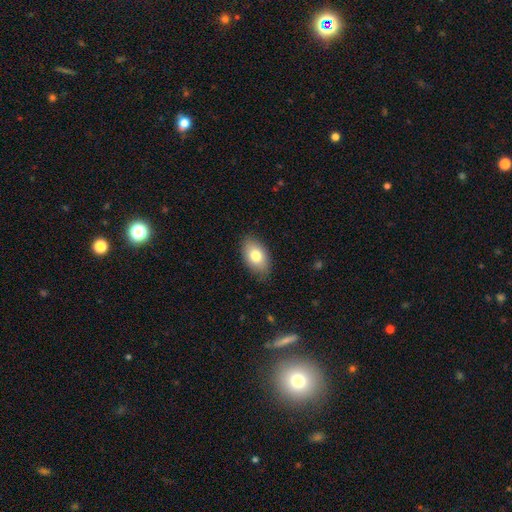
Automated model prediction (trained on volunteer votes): smooth 79%, featured or disk 14%, star or artifact 7%. Down the decision tree: how rounded — in between (92%); merging — none (83%).